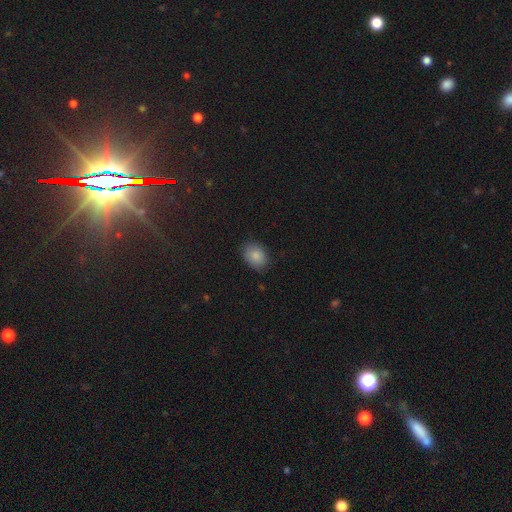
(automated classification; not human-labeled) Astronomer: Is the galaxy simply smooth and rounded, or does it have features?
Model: smooth — 86%.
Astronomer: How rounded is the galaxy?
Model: in between — 71%.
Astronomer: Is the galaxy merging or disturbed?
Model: none — 81%.